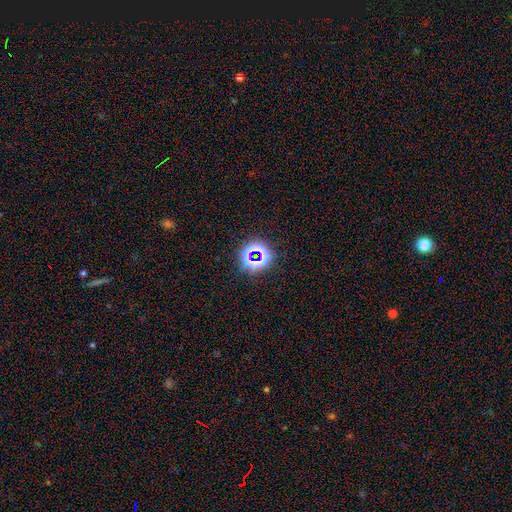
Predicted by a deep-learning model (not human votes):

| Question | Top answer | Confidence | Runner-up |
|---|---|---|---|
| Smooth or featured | star or artifact | 65% | smooth (25%) |